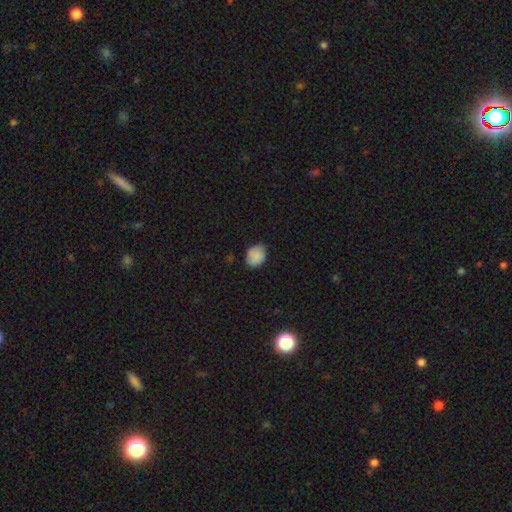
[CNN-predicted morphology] Smooth or featured?
  - smooth: 87% *
  - star or artifact: 8%
  - featured or disk: 5%
How rounded?
  - in between: 62% *
  - round: 37%
  - cigar-shaped: 1%
Merging?
  - none: 79% *
  - minor disturbance: 17%
  - major disturbance: 3%
  - merger: 1%